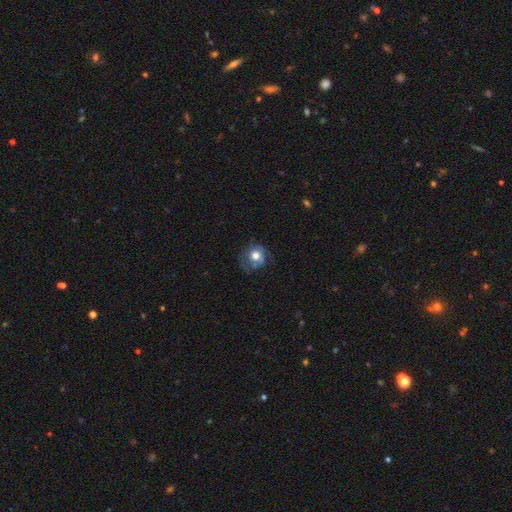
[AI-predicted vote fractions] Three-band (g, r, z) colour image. It shows a smooth galaxy with no disk features (59%) that is round (80%). Merging: none (56%).